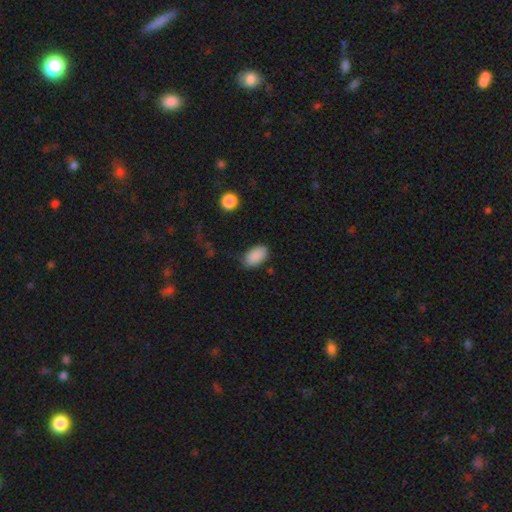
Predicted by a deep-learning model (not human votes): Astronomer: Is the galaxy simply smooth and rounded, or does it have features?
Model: smooth — 89%.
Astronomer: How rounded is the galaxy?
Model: in between — 93%.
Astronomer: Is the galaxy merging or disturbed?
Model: none — 79%.